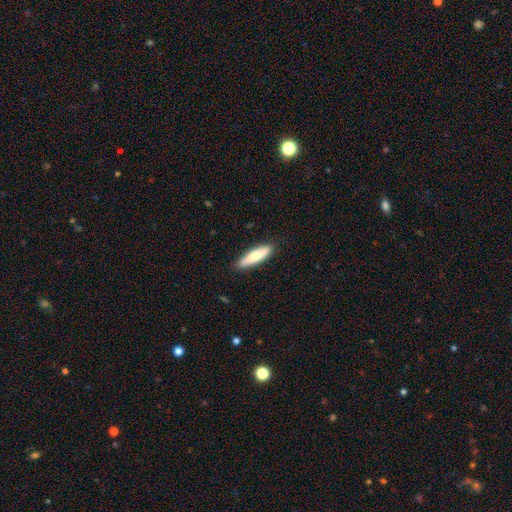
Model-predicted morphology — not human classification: The model was most divided on "how rounded": cigar-shaped: 72%, in between: 26%, round: 1%. More confident: merging — none (87%); smooth or featured — smooth (78%).